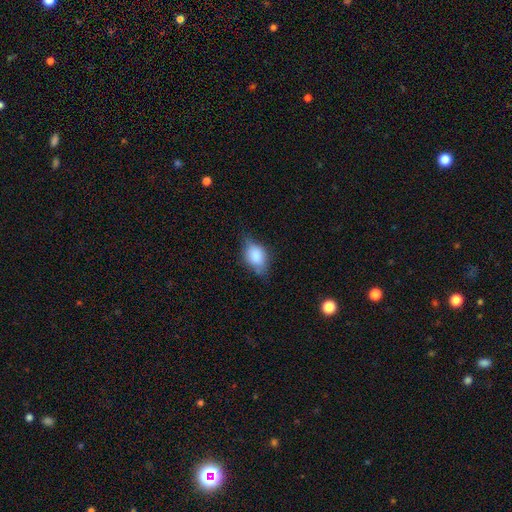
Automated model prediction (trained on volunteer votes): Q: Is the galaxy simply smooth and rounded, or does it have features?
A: smooth — 76%.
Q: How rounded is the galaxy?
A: in between — 77%.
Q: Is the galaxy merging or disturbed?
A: none — 56%.